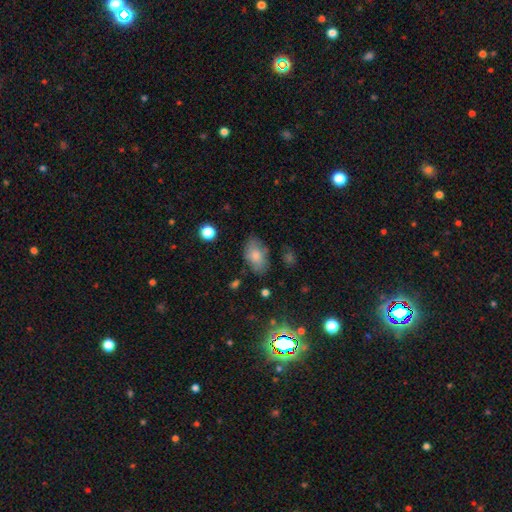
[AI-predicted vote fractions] Morphology: type=smooth (77%); roundness=in between (91%); merging=none (71%).